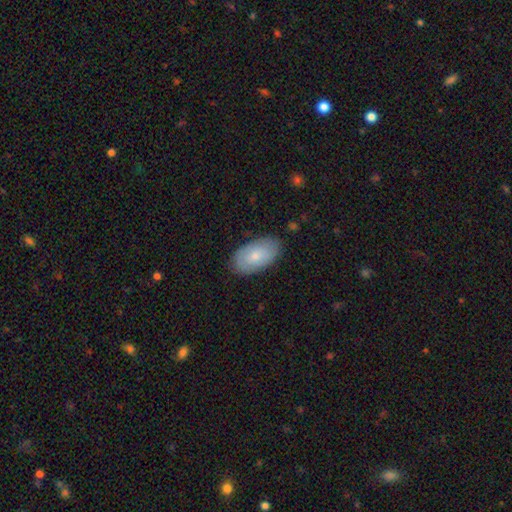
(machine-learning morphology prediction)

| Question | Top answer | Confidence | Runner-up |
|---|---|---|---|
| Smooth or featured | smooth | 71% | featured or disk (23%) |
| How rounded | in between | 95% | round (4%) |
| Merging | none | 83% | minor disturbance (13%) |